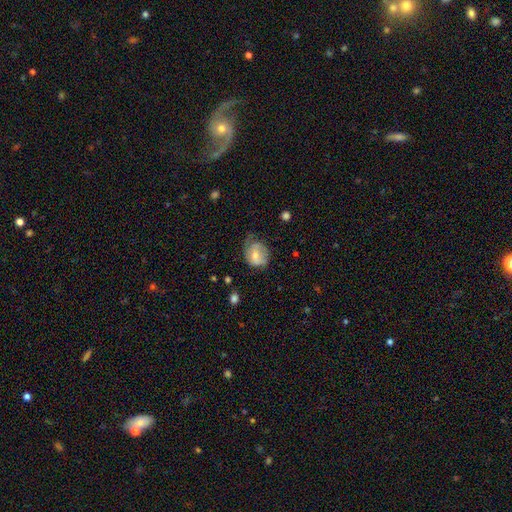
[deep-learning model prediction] Overall: smooth (57%; featured or disk 35%). How rounded: round (54%; in between 45%). Merging: none (38%; minor disturbance 37%).